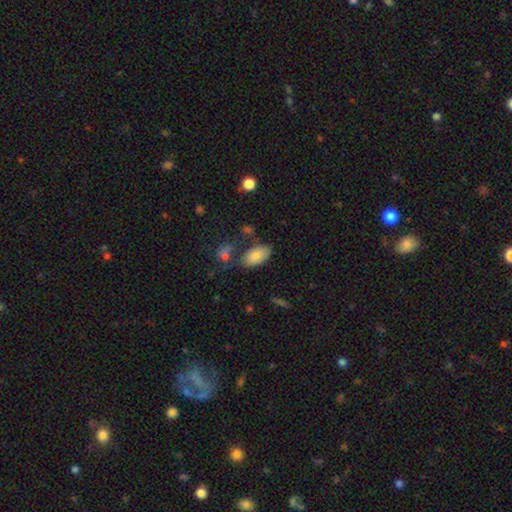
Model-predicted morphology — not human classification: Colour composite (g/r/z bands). It shows a smooth galaxy with no disk features (80%) that is in between round and cigar-shaped (94%). Merging: none (66%).